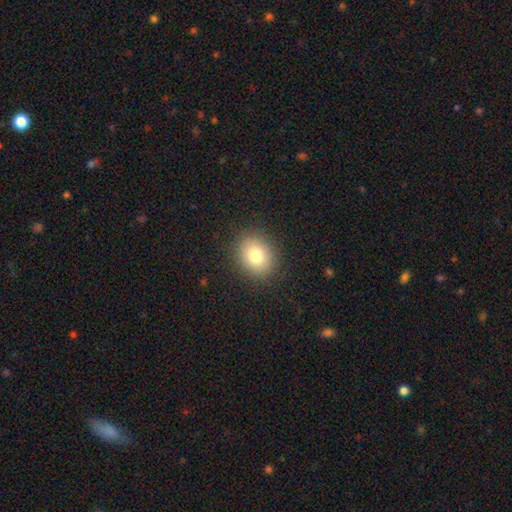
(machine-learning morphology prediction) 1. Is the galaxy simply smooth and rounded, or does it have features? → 79% smooth, 11% star or artifact, 10% featured or disk.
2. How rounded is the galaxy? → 61% round, 38% in between, 1% cigar-shaped.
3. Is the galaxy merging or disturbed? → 88% none, 8% minor disturbance, 3% major disturbance, 1% merger.